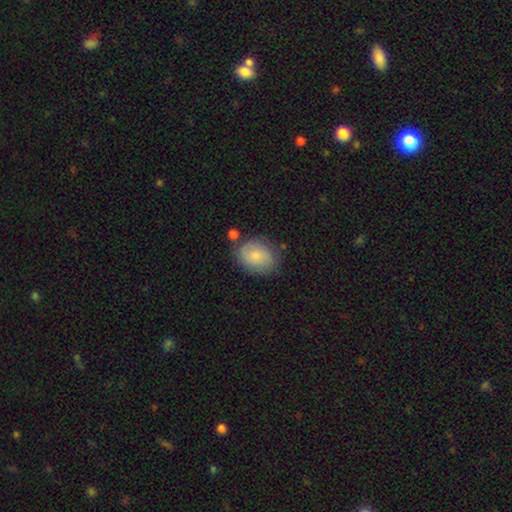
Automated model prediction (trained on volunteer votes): smooth_or_featured: smooth (p=0.78) [alt: featured or disk p=0.15]
how_rounded: in between (p=0.58) [alt: round p=0.41]
merging: none (p=0.72) [alt: minor disturbance p=0.18]